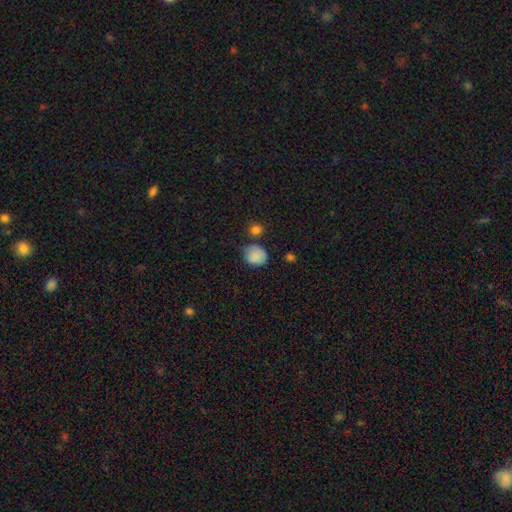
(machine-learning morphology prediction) Smooth or featured?
  - smooth: 86% *
  - star or artifact: 8%
  - featured or disk: 6%
How rounded?
  - round: 70% *
  - in between: 30%
  - cigar-shaped: 1%
Merging?
  - none: 65% *
  - minor disturbance: 23%
  - merger: 7%
  - major disturbance: 6%